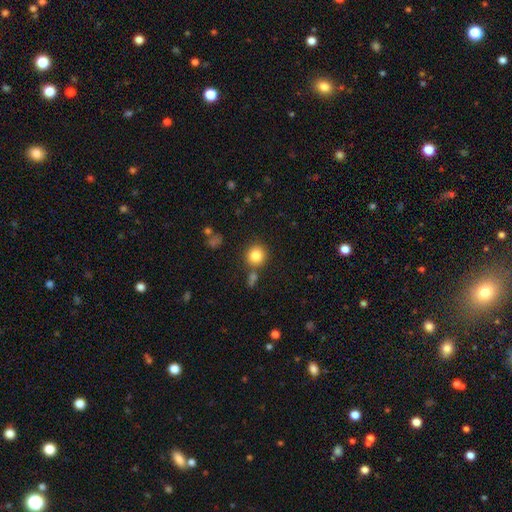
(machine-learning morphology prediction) Smooth or featured?
  - smooth: 84% *
  - star or artifact: 10%
  - featured or disk: 6%
How rounded?
  - round: 91% *
  - in between: 8%
  - cigar-shaped: 1%
Merging?
  - none: 79% *
  - merger: 9%
  - minor disturbance: 9%
  - major disturbance: 3%